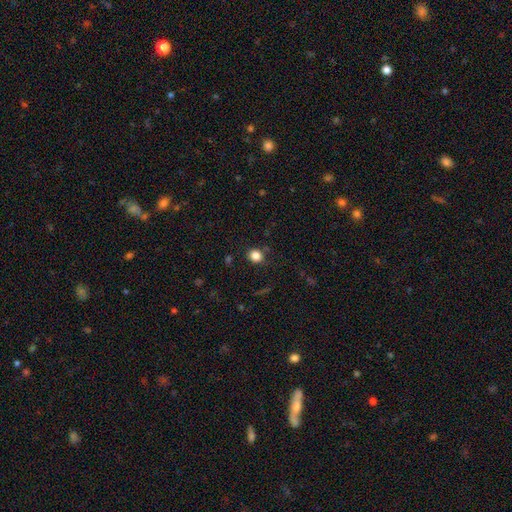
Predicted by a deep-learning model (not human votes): Morphology: type=smooth (83%); roundness=round (83%); merging=none (84%).